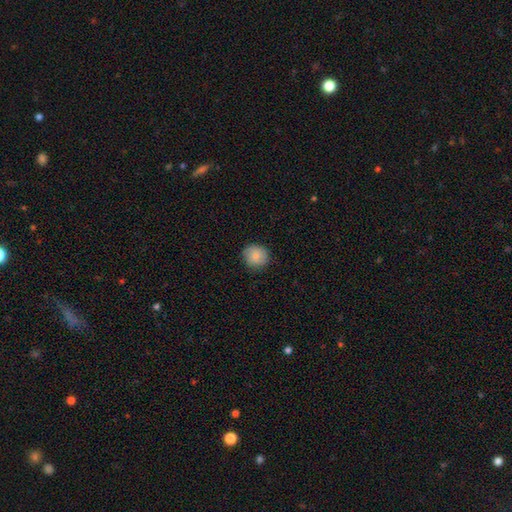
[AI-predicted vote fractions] The model was most divided on "merging": none: 87%, minor disturbance: 10%, major disturbance: 2%, merger: 1%. More confident: how rounded — round (88%); smooth or featured — smooth (86%).